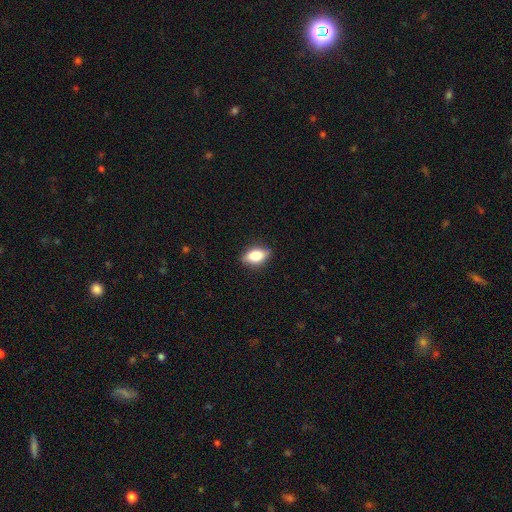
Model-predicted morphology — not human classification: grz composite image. It shows a smooth galaxy with no disk features (79%) that is in between round and cigar-shaped (86%). Merging: none (83%).